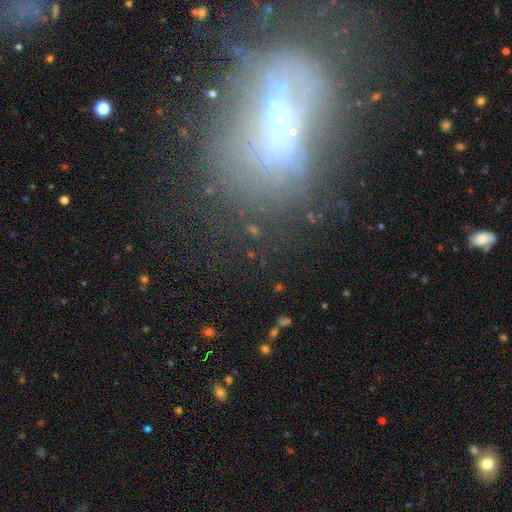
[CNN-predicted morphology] This appears to be a featured or disk galaxy (50%). Merging: none (47%).